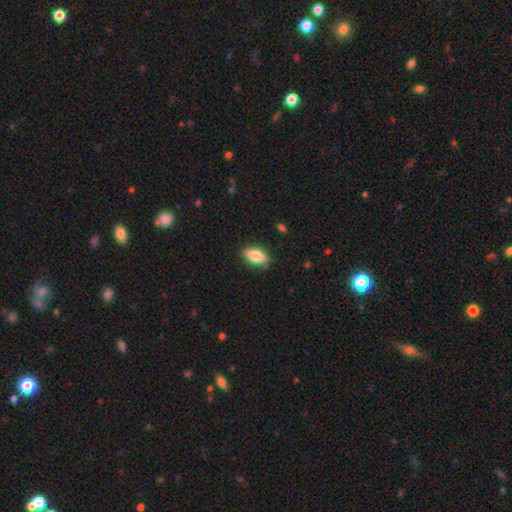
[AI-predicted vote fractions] A smooth galaxy with no disk features (78%) that is in between round and cigar-shaped (84%).

Vote fractions:
- Smooth or featured? smooth: 78% / featured or disk: 14% / star or artifact: 7%
- How rounded? in between: 84% / cigar-shaped: 12% / round: 4%
- Merging? none: 83% / minor disturbance: 13% / major disturbance: 3% / merger: 1%